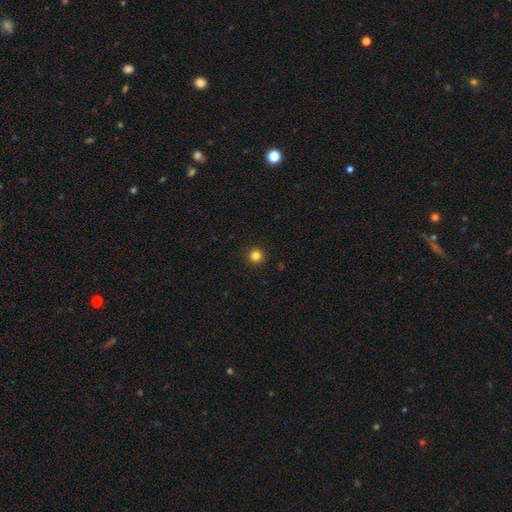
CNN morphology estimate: The model was most divided on "smooth or featured": smooth: 82%, star or artifact: 13%, featured or disk: 4%. More confident: how rounded — round (96%); merging — none (93%).